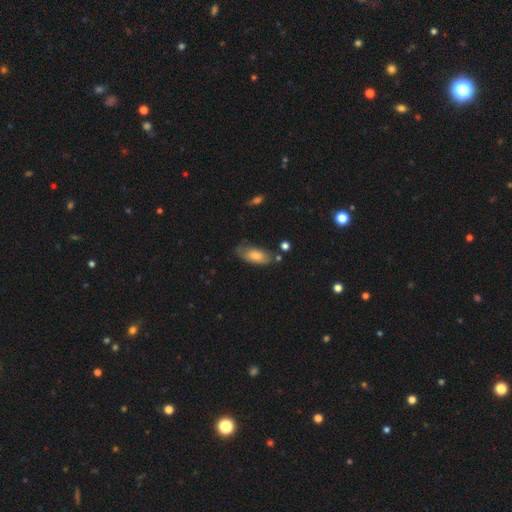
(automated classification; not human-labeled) This appears to be a smooth galaxy with no disk features (72%) that is in between round and cigar-shaped (85%). Merging: none (60%).